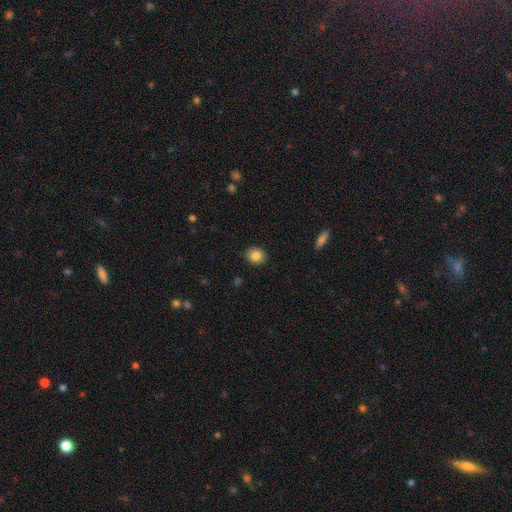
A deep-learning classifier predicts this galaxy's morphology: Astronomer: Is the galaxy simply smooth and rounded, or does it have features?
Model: smooth — 84%.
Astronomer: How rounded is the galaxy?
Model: round — 73%.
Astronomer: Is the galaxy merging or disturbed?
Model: none — 90%.